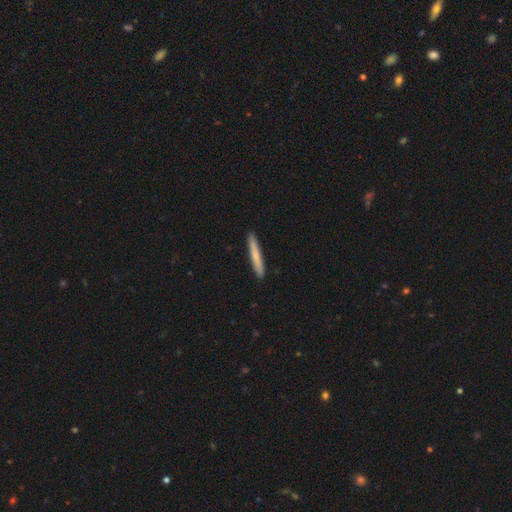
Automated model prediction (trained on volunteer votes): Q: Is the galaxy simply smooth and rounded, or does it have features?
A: smooth — 73%.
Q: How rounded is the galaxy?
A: cigar-shaped — 96%.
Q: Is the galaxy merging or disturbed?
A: none — 92%.